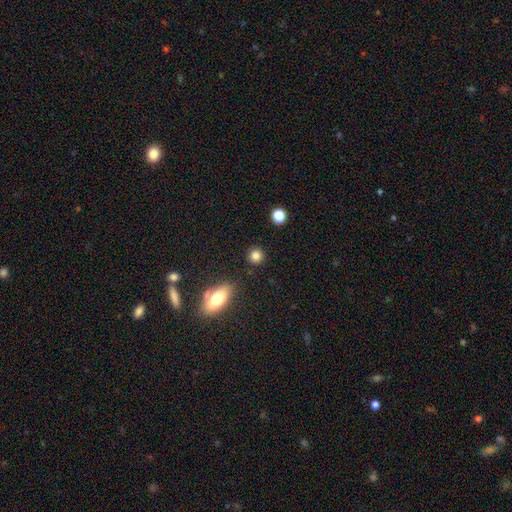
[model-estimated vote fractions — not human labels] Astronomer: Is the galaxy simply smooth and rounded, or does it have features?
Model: smooth — 83%.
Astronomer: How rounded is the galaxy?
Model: round — 89%.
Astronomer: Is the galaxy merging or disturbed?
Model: none — 88%.